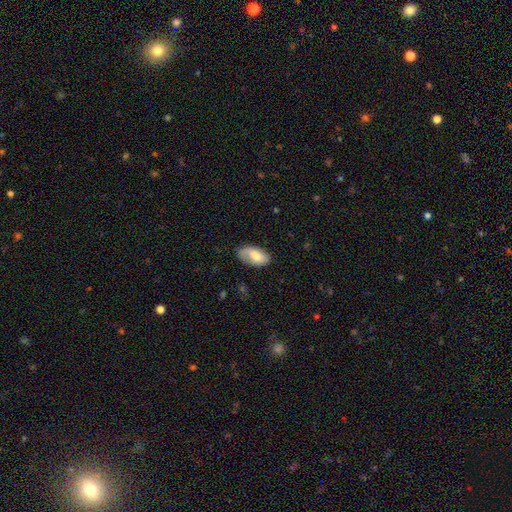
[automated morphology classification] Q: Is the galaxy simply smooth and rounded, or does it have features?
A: smooth — 65%.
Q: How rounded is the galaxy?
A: in between — 93%.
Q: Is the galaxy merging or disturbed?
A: none — 73%.